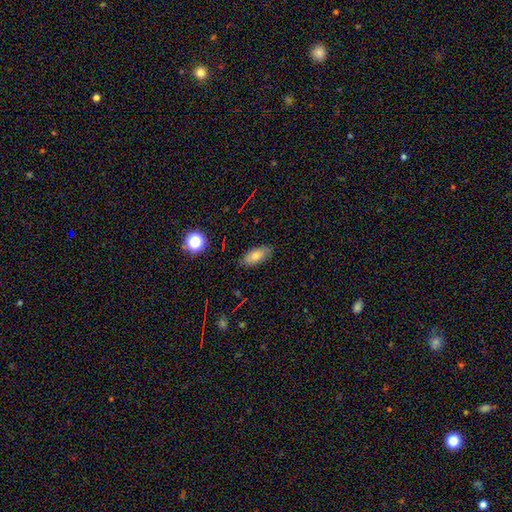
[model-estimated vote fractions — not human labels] smooth-or-featured: smooth: 73% | featured or disk: 15% | star or artifact: 12%
  how-rounded: in between: 86% | cigar-shaped: 10% | round: 5%
  merging: none: 85% | minor disturbance: 12% | major disturbance: 2% | merger: 1%